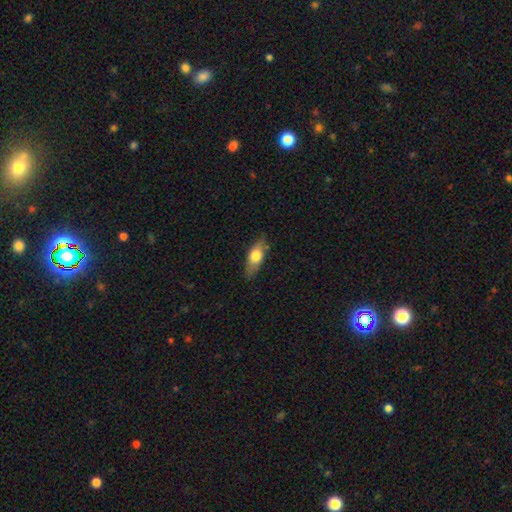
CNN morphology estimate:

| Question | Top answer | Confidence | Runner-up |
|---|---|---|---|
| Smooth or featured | smooth | 67% | featured or disk (27%) |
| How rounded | in between | 70% | cigar-shaped (26%) |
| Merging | none | 81% | minor disturbance (15%) |